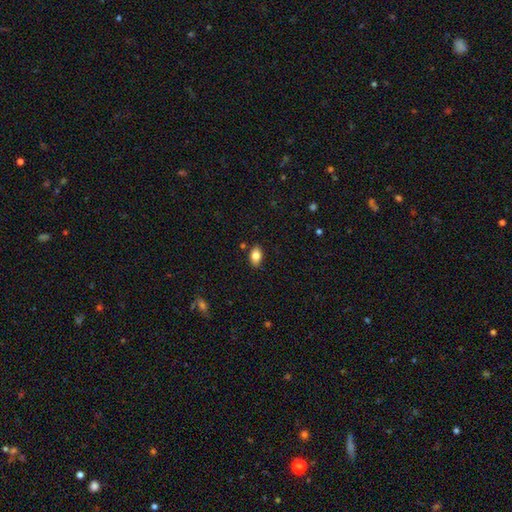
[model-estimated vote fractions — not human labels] Smooth or featured? Predicted: smooth (p=0.81). How rounded? Predicted: in between (p=0.88). Merging? Predicted: none (p=0.85).